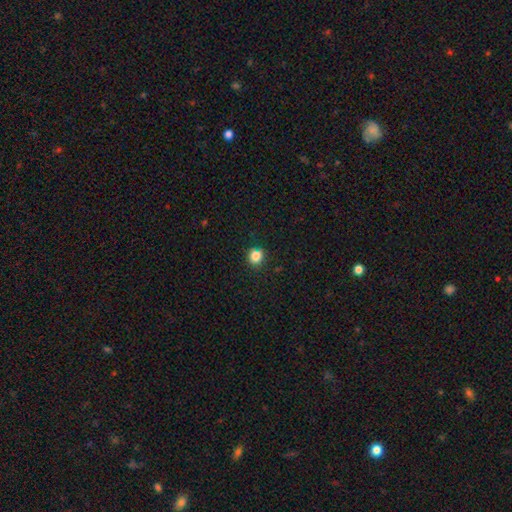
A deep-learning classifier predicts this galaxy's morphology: smooth 82%, star or artifact 13%, featured or disk 5%. Down the decision tree: how rounded — round (79%); merging — none (83%).